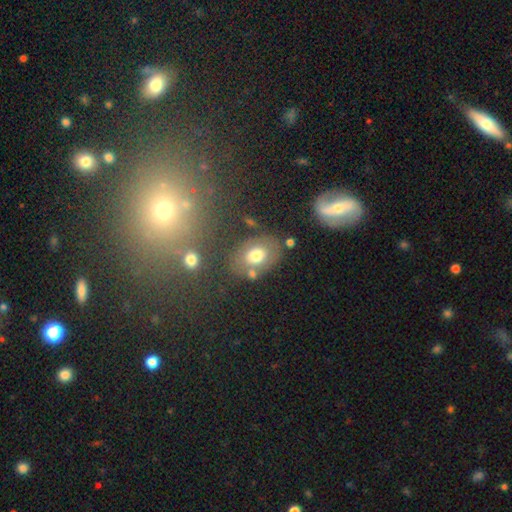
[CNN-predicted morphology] type=smooth (66%); roundness=in between (69%); merging=none (66%).